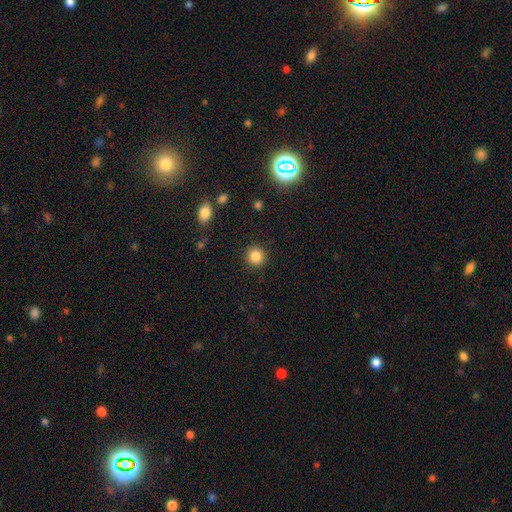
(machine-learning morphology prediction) Smooth or featured? Predicted: smooth (p=0.86). How rounded? Predicted: round (p=0.92). Merging? Predicted: none (p=0.91).